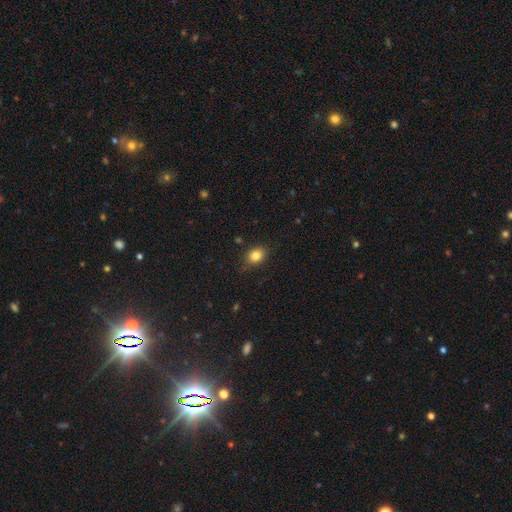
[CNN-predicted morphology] The model was most divided on "how rounded": in between: 56%, round: 43%, cigar-shaped: 1%. More confident: smooth or featured — smooth (83%); merging — none (83%).